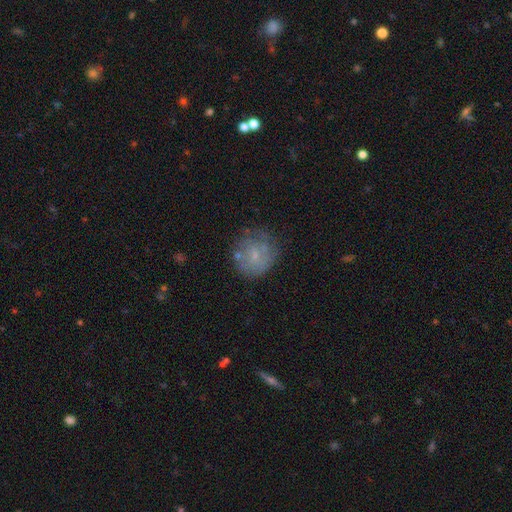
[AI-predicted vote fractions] smooth 53%, featured or disk 36%, star or artifact 11%. Down the decision tree: how rounded — round (82%); merging — none (62%).